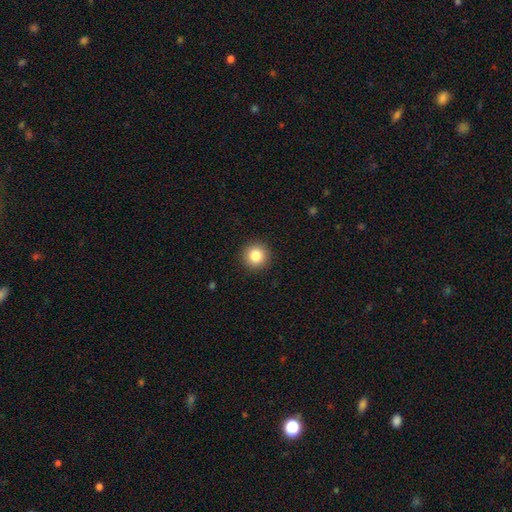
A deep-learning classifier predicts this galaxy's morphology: smooth 84%, star or artifact 10%, featured or disk 5%. Down the decision tree: how rounded — round (95%); merging — none (92%).